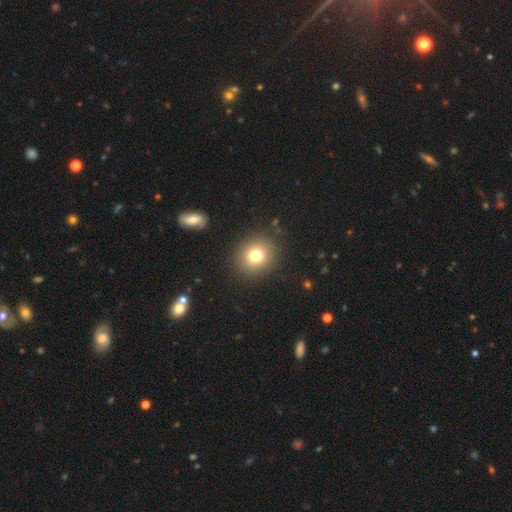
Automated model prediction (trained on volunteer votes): Smooth or featured? smooth (77%)
How rounded? round (82%)
Merging? none (89%)